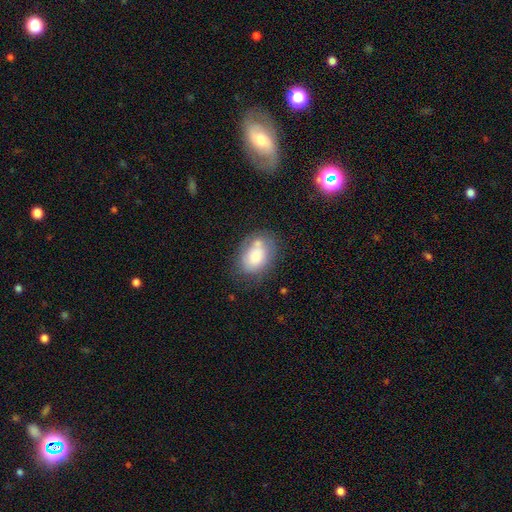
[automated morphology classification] smooth-or-featured: smooth: 69% | featured or disk: 23% | star or artifact: 8%
  how-rounded: in between: 77% | round: 22% | cigar-shaped: 1%
  merging: none: 54% | minor disturbance: 24% | merger: 13% | major disturbance: 10%